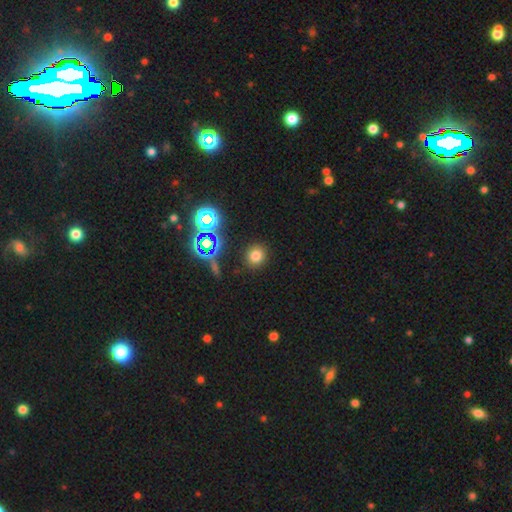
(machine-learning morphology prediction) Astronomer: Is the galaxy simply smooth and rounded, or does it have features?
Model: smooth — 71%.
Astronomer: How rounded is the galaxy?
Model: round — 86%.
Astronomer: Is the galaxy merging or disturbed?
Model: none — 88%.